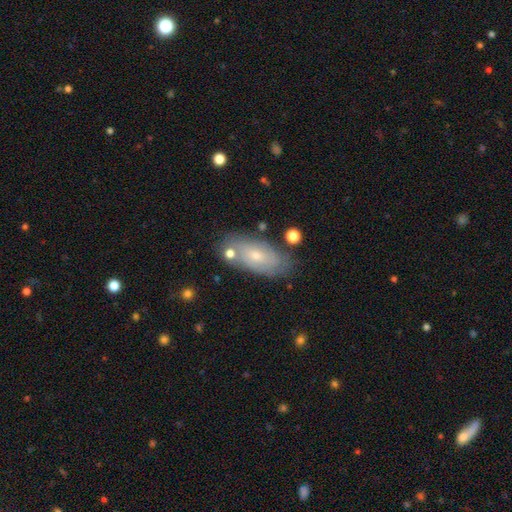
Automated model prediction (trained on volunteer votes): Smooth or featured? featured or disk (47%)
Merging? none (75%)